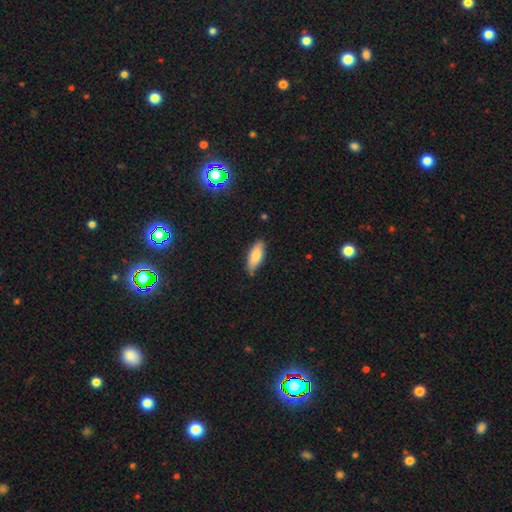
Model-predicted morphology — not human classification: This appears to be a smooth galaxy with no disk features (81%) that is in between round and cigar-shaped (68%). Merging: none (82%).